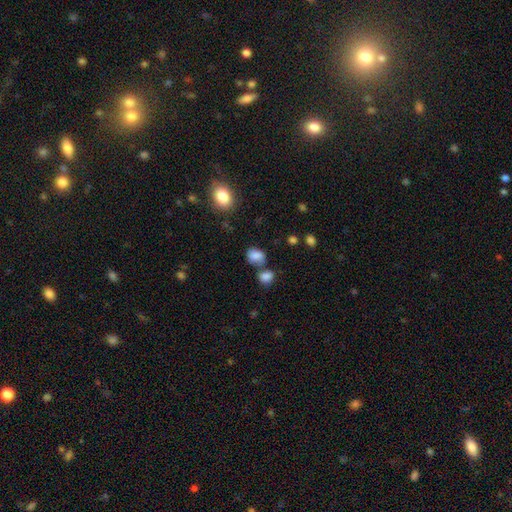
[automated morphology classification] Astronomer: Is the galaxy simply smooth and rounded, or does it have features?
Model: smooth — 81%.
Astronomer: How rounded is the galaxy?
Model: in between — 61% (runner-up: round, 37%).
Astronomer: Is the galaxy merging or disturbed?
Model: none — 52%.